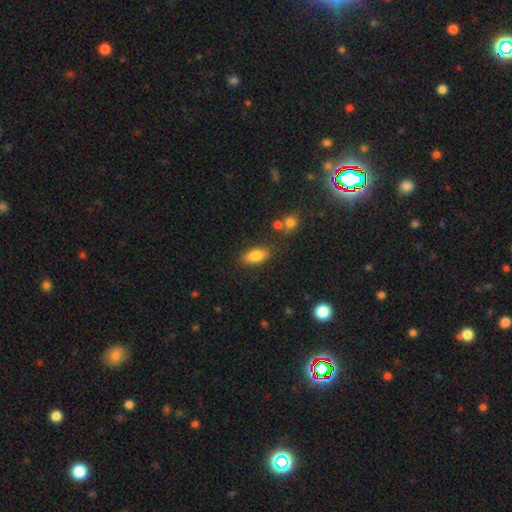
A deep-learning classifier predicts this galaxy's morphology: Smooth or featured? smooth (84%)
How rounded? in between (88%)
Merging? none (80%)